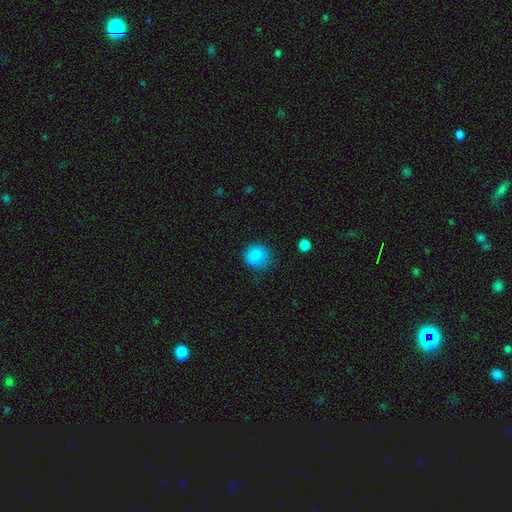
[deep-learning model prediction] Q: Smooth or featured?
A: smooth (87%); runner-up: star or artifact (9%)
Q: How rounded?
A: round (81%); runner-up: in between (18%)
Q: Merging?
A: none (72%); runner-up: minor disturbance (20%)